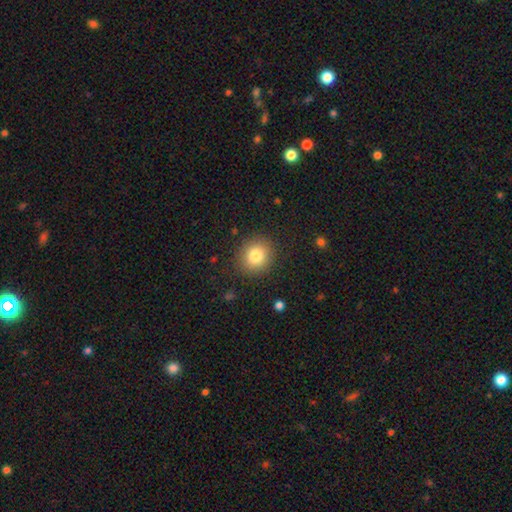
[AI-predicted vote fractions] Smooth or featured? smooth (81%)
How rounded? round (80%)
Merging? none (88%)